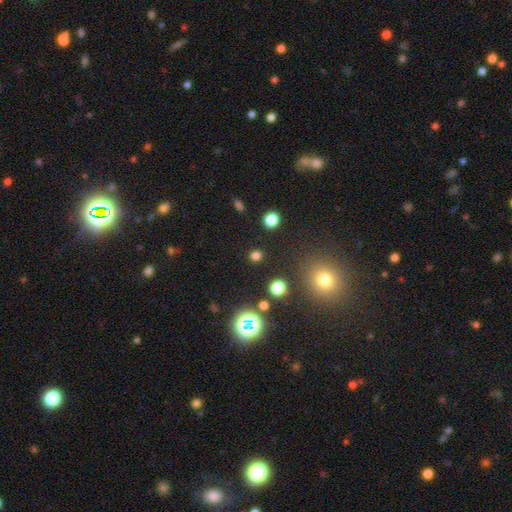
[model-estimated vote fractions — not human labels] Smooth or featured? smooth (71%)
How rounded? round (82%)
Merging? none (87%)